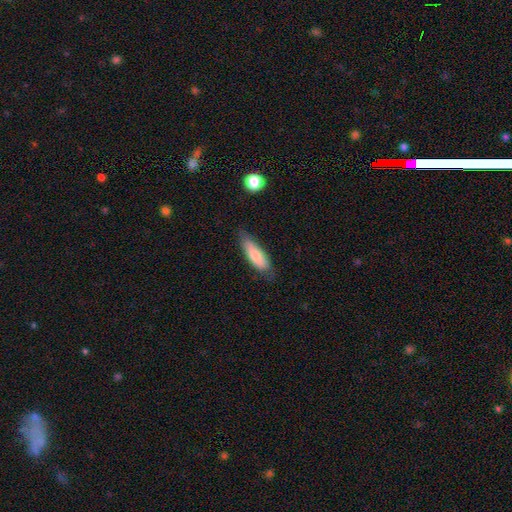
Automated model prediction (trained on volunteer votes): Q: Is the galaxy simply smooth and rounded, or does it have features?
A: smooth — 78%.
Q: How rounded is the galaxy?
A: in between — 55%.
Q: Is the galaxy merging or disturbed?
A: none — 71%.